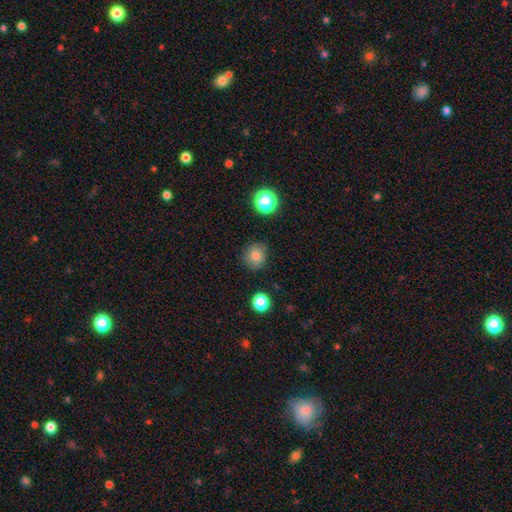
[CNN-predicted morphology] type=smooth (81%); roundness=round (84%); merging=none (83%).